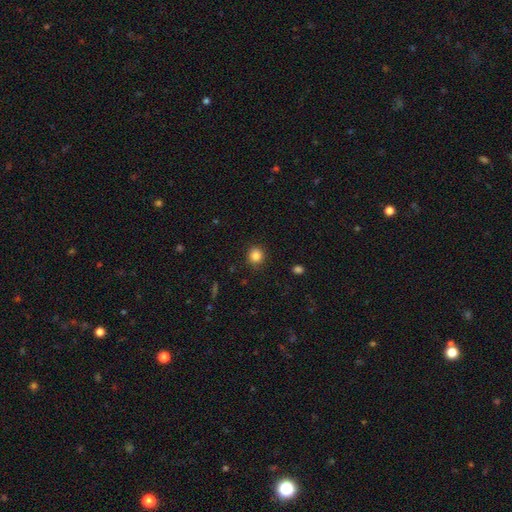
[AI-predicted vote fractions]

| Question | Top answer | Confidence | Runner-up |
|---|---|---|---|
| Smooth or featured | smooth | 85% | star or artifact (11%) |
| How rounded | round | 87% | in between (12%) |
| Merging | none | 89% | minor disturbance (7%) |